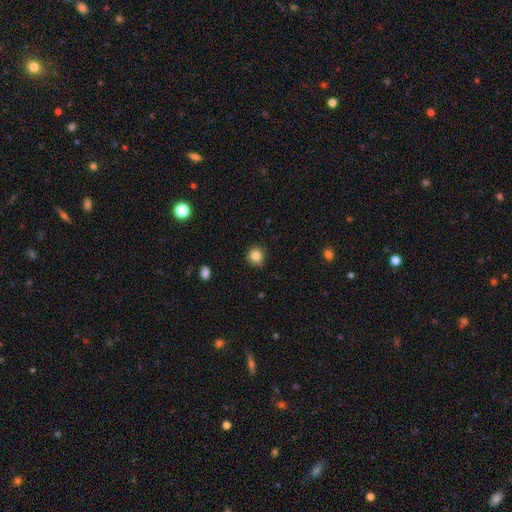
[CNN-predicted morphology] Smooth or featured: smooth — 84% (star or artifact — 11%)
How rounded: round — 89% (in between — 10%)
Merging: none — 84% (minor disturbance — 12%)